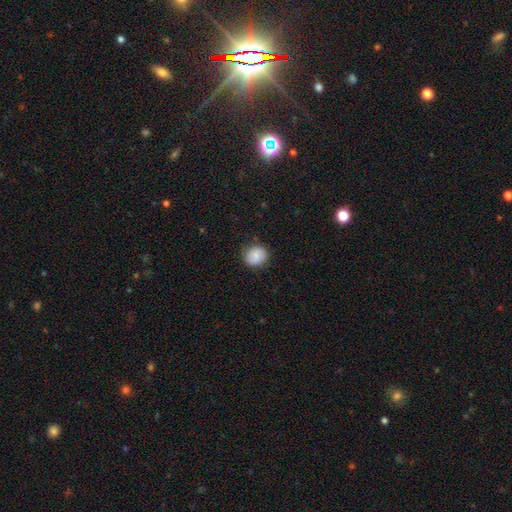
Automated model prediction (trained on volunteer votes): Smooth or featured?
  - smooth: 78% *
  - featured or disk: 14%
  - star or artifact: 8%
How rounded?
  - round: 79% *
  - in between: 20%
  - cigar-shaped: 1%
Merging?
  - none: 84% *
  - minor disturbance: 12%
  - major disturbance: 3%
  - merger: 1%